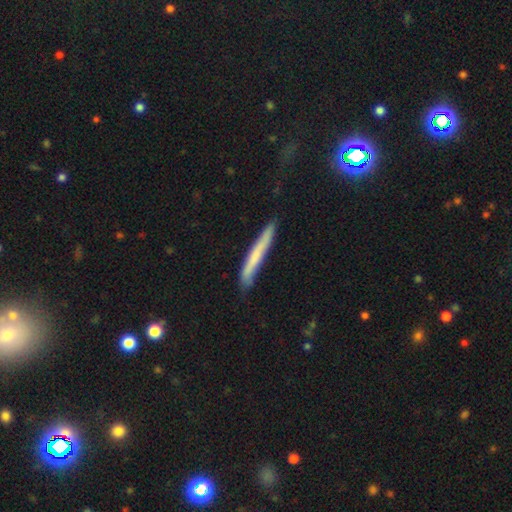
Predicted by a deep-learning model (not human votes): smooth_or_featured: smooth (p=0.60) [alt: featured or disk p=0.34]
how_rounded: cigar-shaped (p=0.96) [alt: in between p=0.03]
merging: none (p=0.79) [alt: minor disturbance p=0.16]